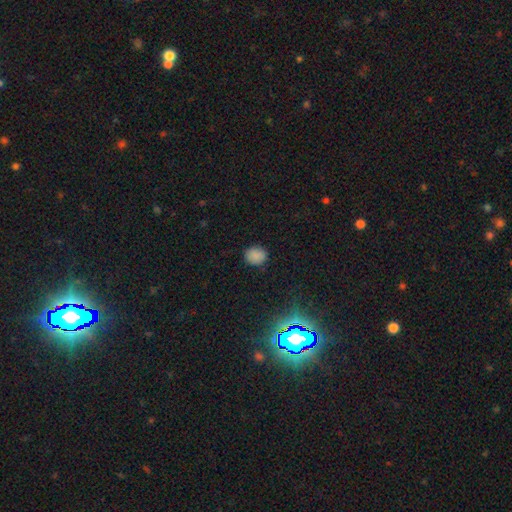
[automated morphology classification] This appears to be a smooth galaxy with no disk features (83%) that is round (64%). Merging: none (85%).